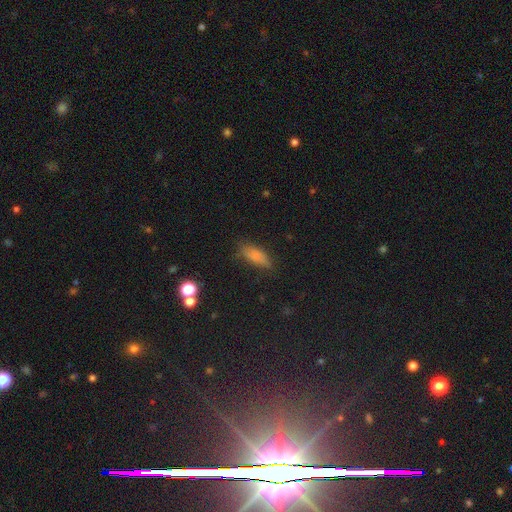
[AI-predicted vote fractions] This is likely a smooth galaxy (77%). How rounded: likely in between (70%). Merging: likely none (67%).